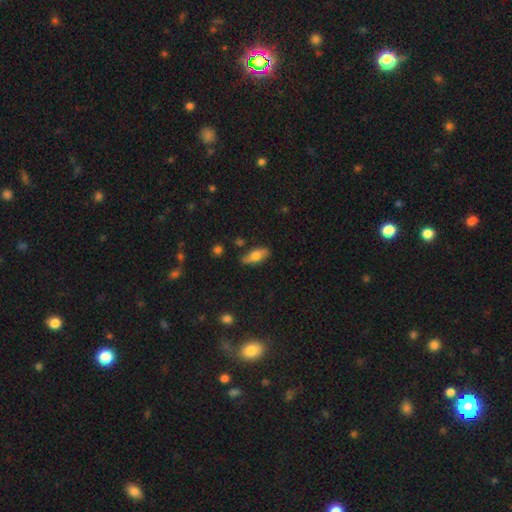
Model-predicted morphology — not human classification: smooth 54%, featured or disk 39%, star or artifact 8%. Down the decision tree: how rounded — in between (74%); merging — none (76%).